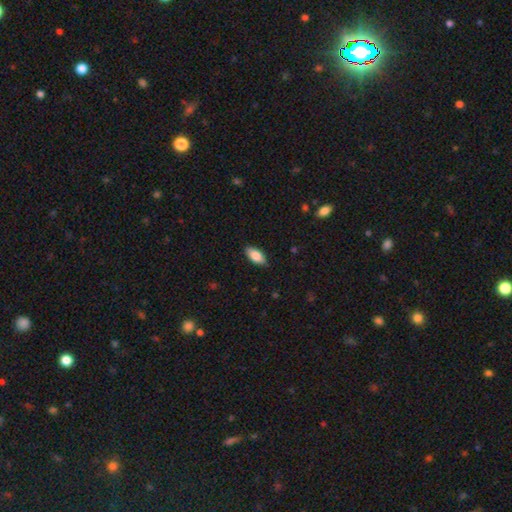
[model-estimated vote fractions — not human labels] Overall: smooth (83%). How rounded: in between (90%). Merging: none (86%).